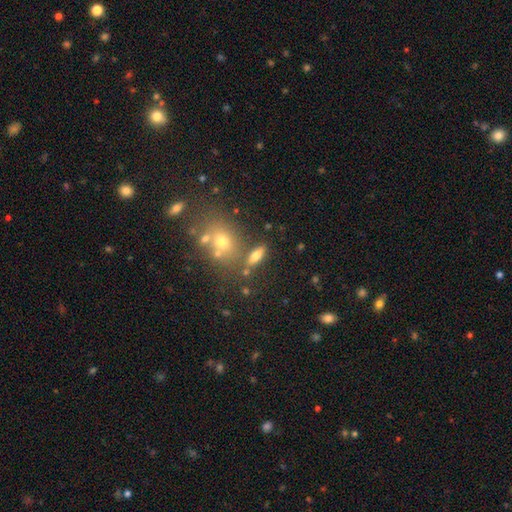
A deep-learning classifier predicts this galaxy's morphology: Q: Smooth or featured?
A: smooth (65%); runner-up: featured or disk (23%)
Q: How rounded?
A: in between (61%); runner-up: cigar-shaped (31%)
Q: Merging?
A: none (69%); runner-up: minor disturbance (13%)